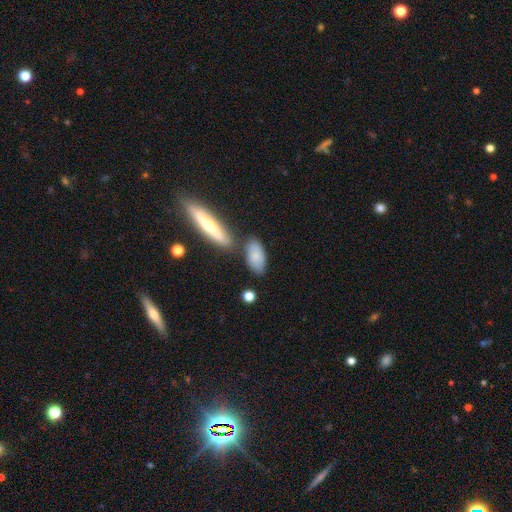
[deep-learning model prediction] Morphology: type=smooth (74%); roundness=in between (85%); merging=none (62%).